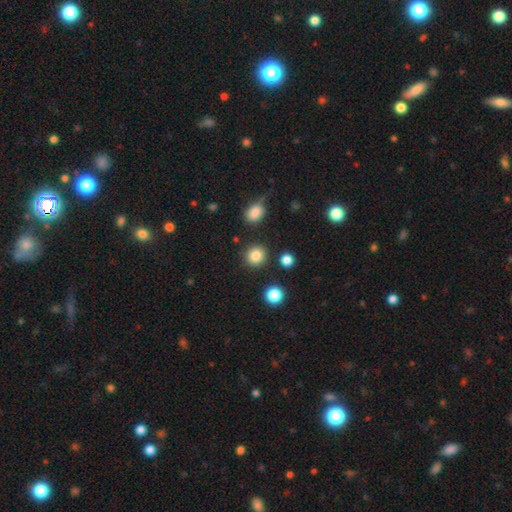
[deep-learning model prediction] Q: Smooth or featured?
A: smooth (84%); runner-up: star or artifact (11%)
Q: How rounded?
A: round (89%); runner-up: in between (10%)
Q: Merging?
A: none (88%); runner-up: minor disturbance (6%)